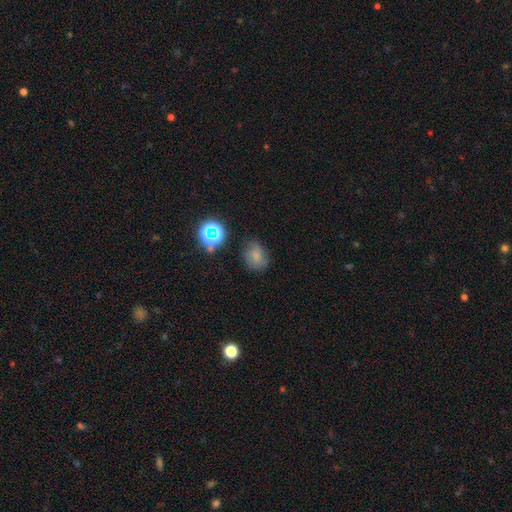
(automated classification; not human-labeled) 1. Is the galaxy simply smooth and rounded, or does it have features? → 71% smooth, 18% star or artifact, 11% featured or disk.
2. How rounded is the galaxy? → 54% round, 45% in between, 1% cigar-shaped.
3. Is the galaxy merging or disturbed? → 70% none, 21% minor disturbance, 6% major disturbance, 3% merger.